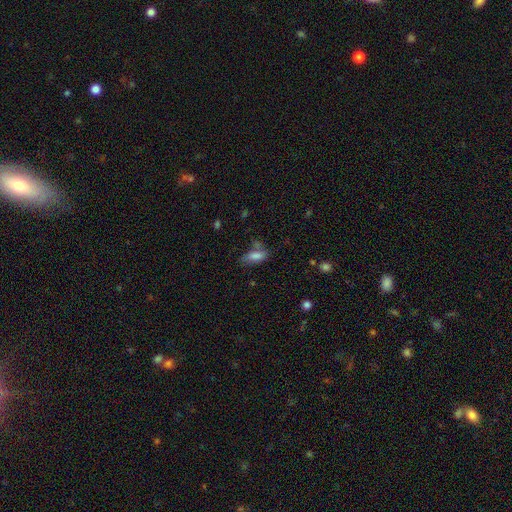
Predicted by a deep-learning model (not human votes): smooth 79%, featured or disk 12%, star or artifact 9%. Down the decision tree: how rounded — in between (75%); merging — none (52%).